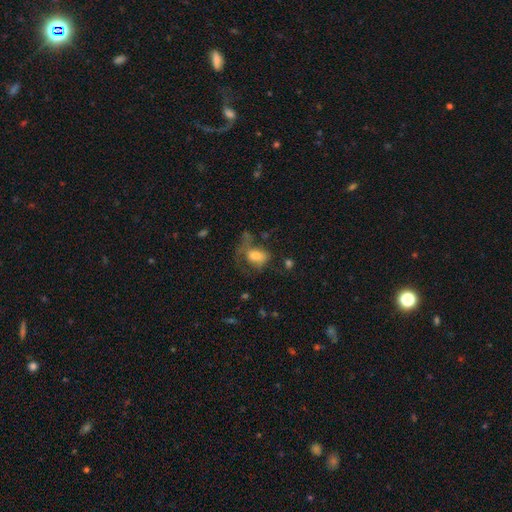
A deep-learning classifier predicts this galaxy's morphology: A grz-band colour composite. It shows a smooth galaxy with no disk features (59%) that is in between round and cigar-shaped (71%). Merging: major disturbance (50%).